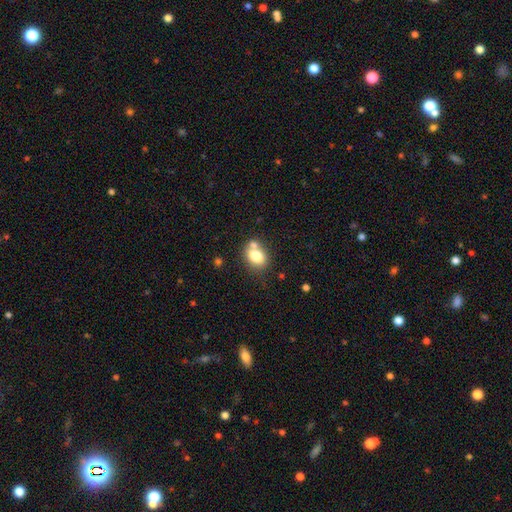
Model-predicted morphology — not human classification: Q: Smooth or featured?
A: smooth (76%); runner-up: featured or disk (14%)
Q: How rounded?
A: in between (59%); runner-up: round (40%)
Q: Merging?
A: none (53%); runner-up: merger (29%)